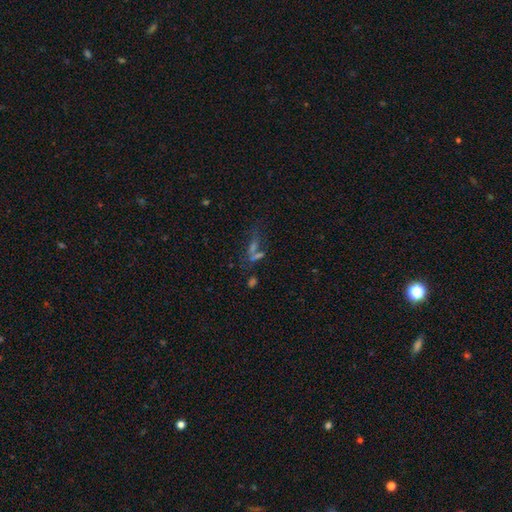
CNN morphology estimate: Smooth or featured? Predicted: star or artifact (p=0.38).